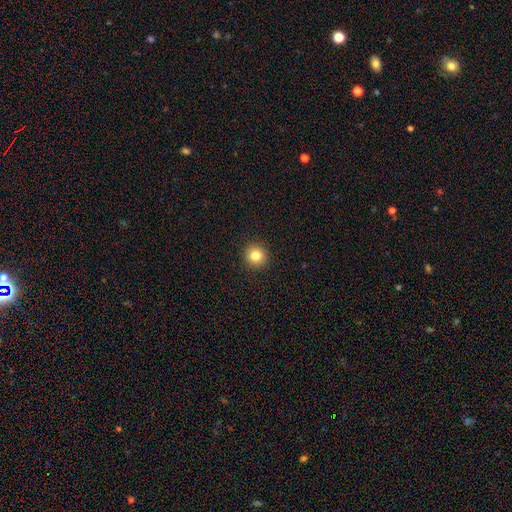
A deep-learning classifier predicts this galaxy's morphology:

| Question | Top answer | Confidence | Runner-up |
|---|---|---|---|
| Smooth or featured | smooth | 82% | star or artifact (11%) |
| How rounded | round | 95% | in between (4%) |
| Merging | none | 93% | minor disturbance (5%) |